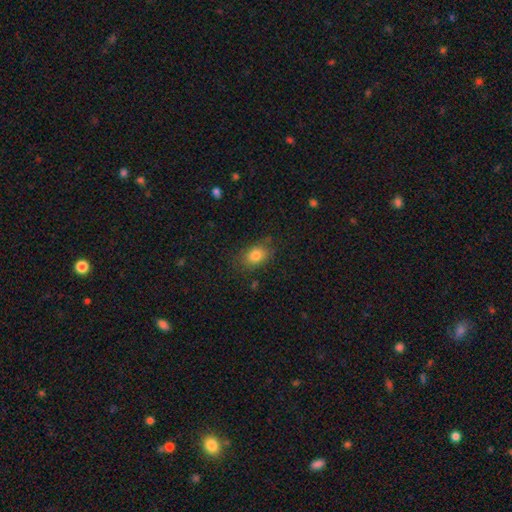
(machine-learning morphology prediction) The model was most divided on "how rounded": in between: 75%, round: 23%, cigar-shaped: 2%. More confident: smooth or featured — smooth (82%); merging — none (74%).